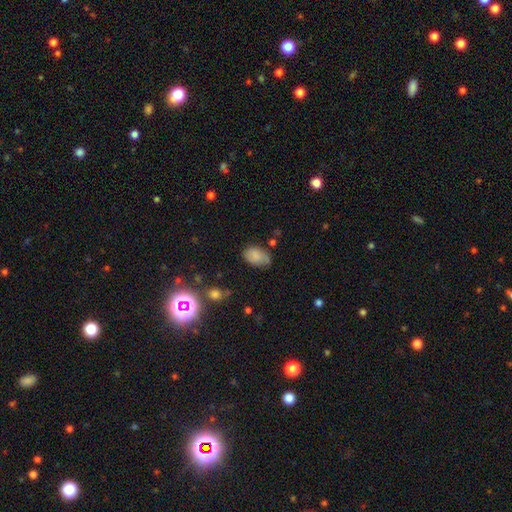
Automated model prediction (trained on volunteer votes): Q: Smooth or featured?
A: smooth (78%); runner-up: featured or disk (12%)
Q: How rounded?
A: in between (88%); runner-up: round (11%)
Q: Merging?
A: none (60%); runner-up: minor disturbance (29%)